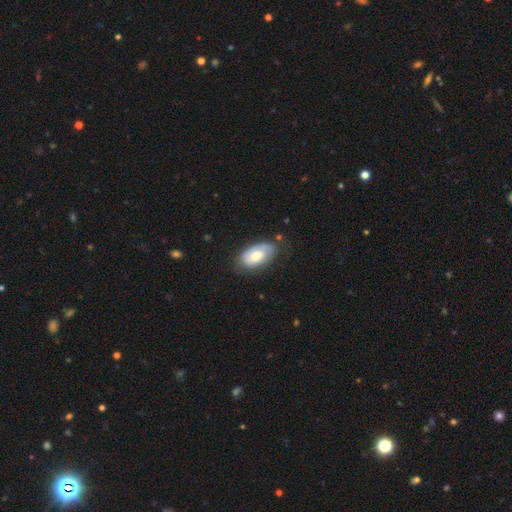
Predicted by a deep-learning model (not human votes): Morphology: type=smooth (62%); roundness=in between (94%); merging=none (63%).